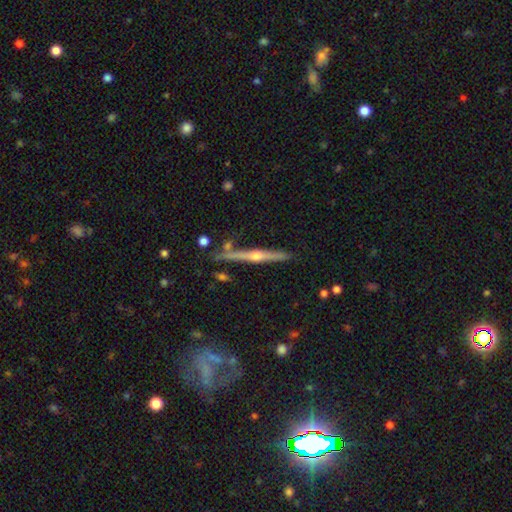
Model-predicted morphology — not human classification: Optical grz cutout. It shows a featured or disk galaxy (81%) viewed edge-on (98%) with a rounded central bulge (91%). Merging: none (86%).